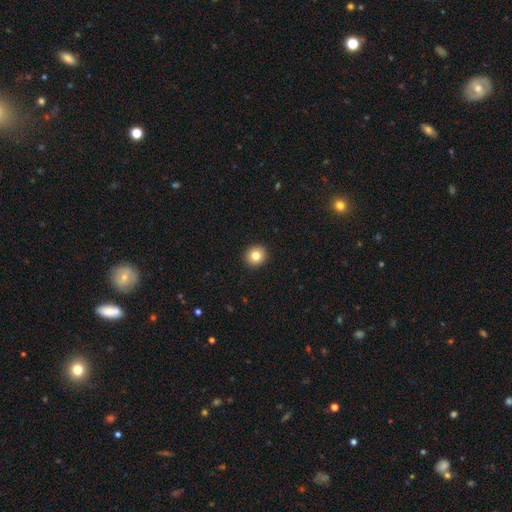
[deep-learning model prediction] Smooth or featured?
  - smooth: 82% *
  - star or artifact: 10%
  - featured or disk: 8%
How rounded?
  - round: 91% *
  - in between: 8%
  - cigar-shaped: 1%
Merging?
  - none: 93% *
  - minor disturbance: 4%
  - major disturbance: 1%
  - merger: 1%